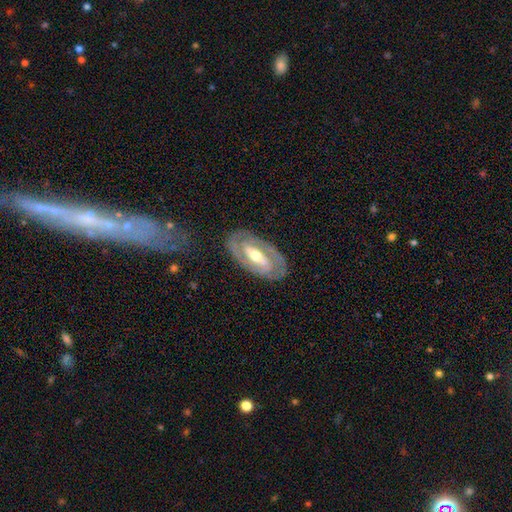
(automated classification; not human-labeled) Smooth or featured? featured or disk (82%)
Edge-on disk? no (92%)
Bar? strong (45%)
Spiral arms? yes (83%)
Spiral winding? tight (57%)
Spiral arm count? 2 (80%)
Bulge size? moderate (63%)
Merging? none (83%)